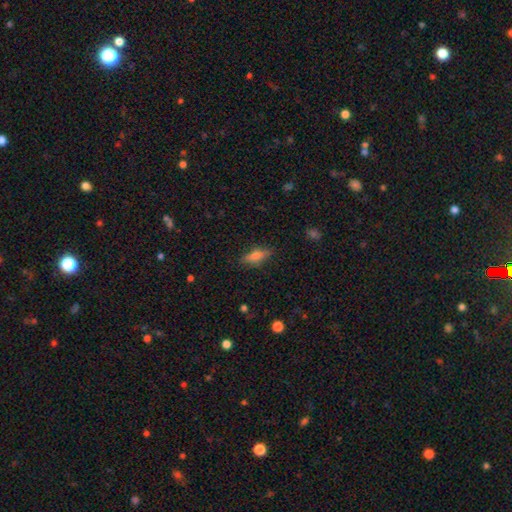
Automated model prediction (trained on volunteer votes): smooth-or-featured: smooth: 60% | featured or disk: 30% | star or artifact: 11%
  how-rounded: in between: 56% | cigar-shaped: 40% | round: 4%
  merging: none: 83% | minor disturbance: 13% | major disturbance: 3% | merger: 1%